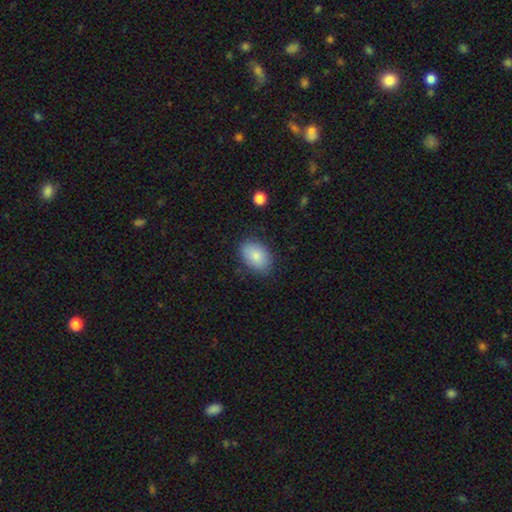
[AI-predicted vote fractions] Smooth or featured? smooth (83%)
How rounded? in between (85%)
Merging? none (81%)